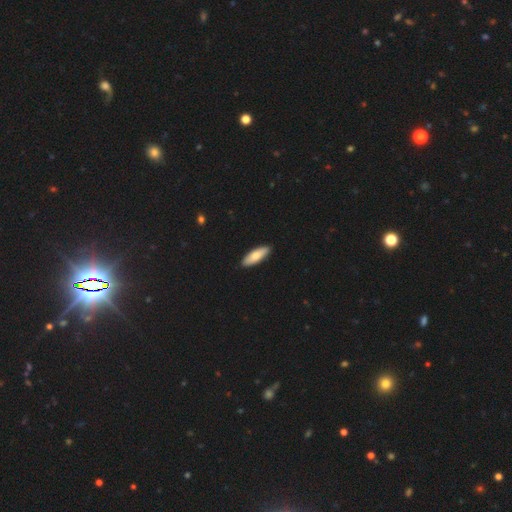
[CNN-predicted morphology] smooth_or_featured: smooth (p=0.78) [alt: featured or disk p=0.17]
how_rounded: in between (p=0.59) [alt: cigar-shaped p=0.39]
merging: none (p=0.91) [alt: minor disturbance p=0.06]